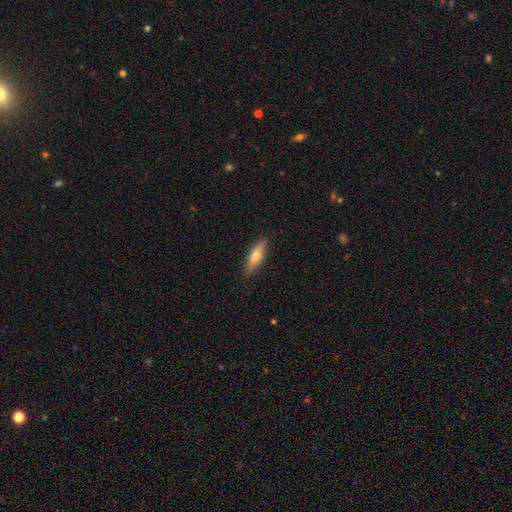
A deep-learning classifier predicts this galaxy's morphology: Smooth or featured? smooth (58%)
How rounded? cigar-shaped (60%)
Merging? none (86%)